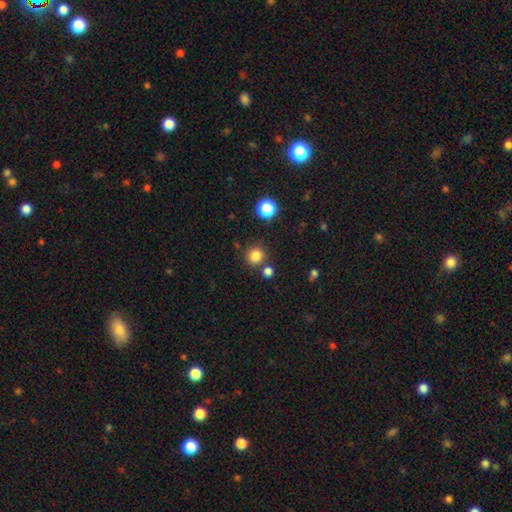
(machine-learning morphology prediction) Smooth or featured?
  - smooth: 81% *
  - star or artifact: 14%
  - featured or disk: 4%
How rounded?
  - round: 90% *
  - in between: 9%
  - cigar-shaped: 1%
Merging?
  - none: 80% *
  - merger: 9%
  - minor disturbance: 8%
  - major disturbance: 3%